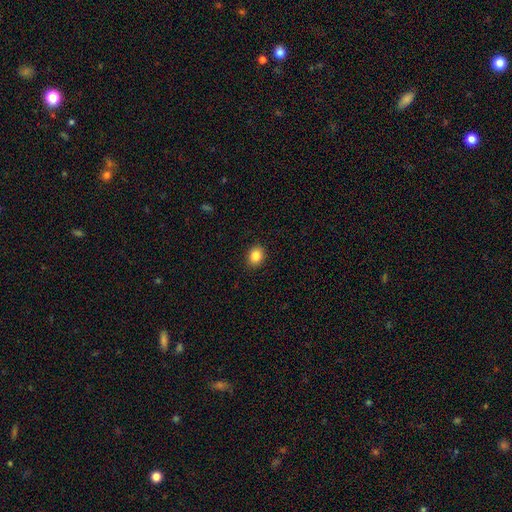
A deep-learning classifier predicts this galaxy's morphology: This appears to be a smooth galaxy with no disk features (86%) that is round (50%). Merging: none (90%).